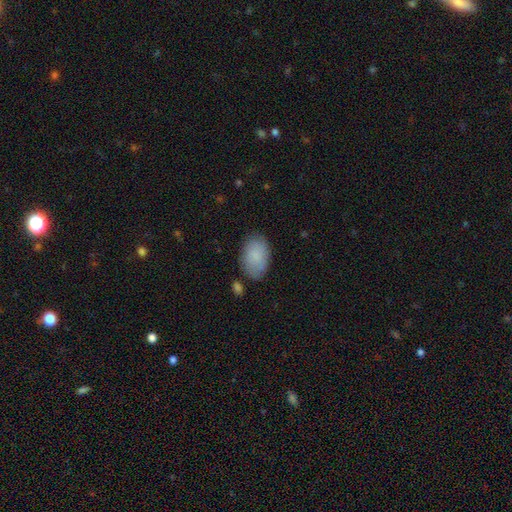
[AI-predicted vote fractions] The model was most divided on "merging": none: 77%, minor disturbance: 16%, major disturbance: 4%, merger: 3%. More confident: how rounded — in between (92%); smooth or featured — smooth (84%).